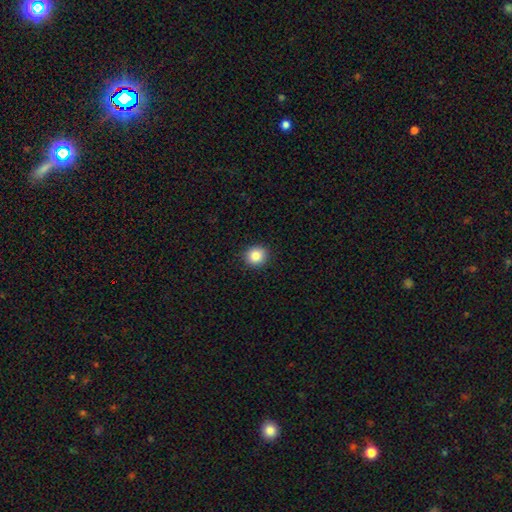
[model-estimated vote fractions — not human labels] This is clearly a smooth galaxy (85%). How rounded: clearly round (86%). Merging: clearly none (92%).